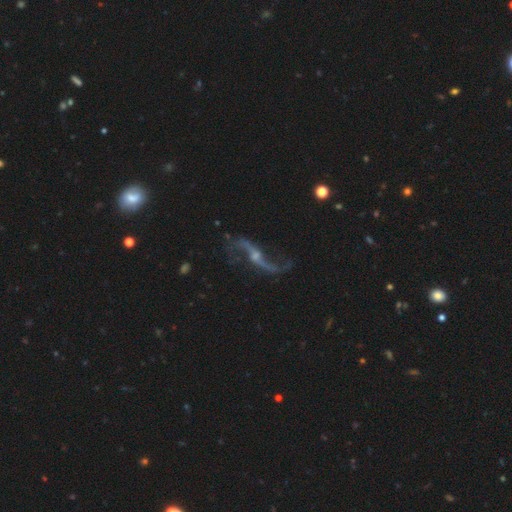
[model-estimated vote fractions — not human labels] Smooth or featured? Predicted: featured or disk (p=0.90). Edge-on disk? Predicted: no (p=0.88). Bar? Predicted: no (p=0.44). Spiral arms? Predicted: yes (p=0.96). Spiral winding? Predicted: loose (p=0.94). Spiral arm count? Predicted: 2 (p=0.94). Bulge size? Predicted: small (p=0.57). Merging? Predicted: none (p=0.72).